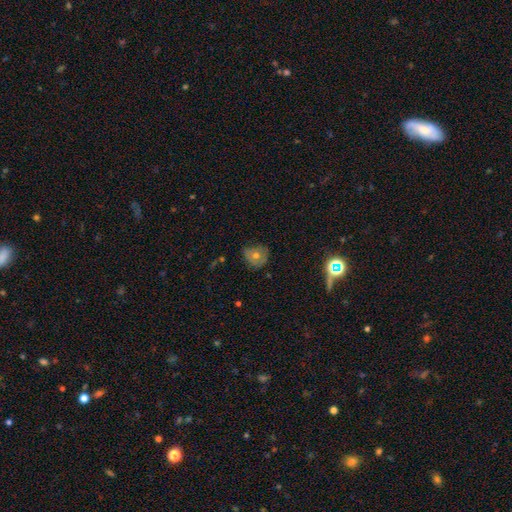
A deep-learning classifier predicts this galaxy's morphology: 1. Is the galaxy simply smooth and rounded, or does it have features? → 53% smooth, 29% featured or disk, 18% star or artifact.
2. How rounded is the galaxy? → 81% round, 18% in between, 1% cigar-shaped.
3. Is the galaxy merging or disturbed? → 67% none, 24% minor disturbance, 8% major disturbance, 2% merger.